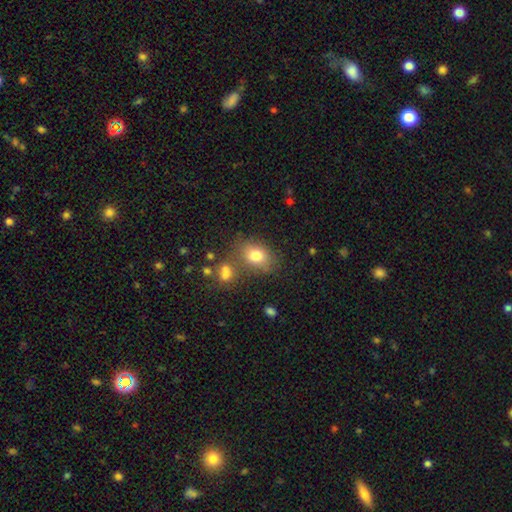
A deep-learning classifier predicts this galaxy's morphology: Smooth or featured?
  - smooth: 78% *
  - featured or disk: 11%
  - star or artifact: 11%
How rounded?
  - in between: 69% *
  - round: 30%
  - cigar-shaped: 1%
Merging?
  - none: 62% *
  - merger: 16%
  - minor disturbance: 16%
  - major disturbance: 6%